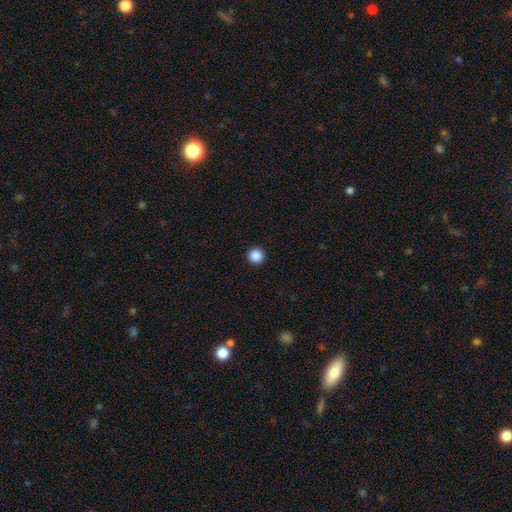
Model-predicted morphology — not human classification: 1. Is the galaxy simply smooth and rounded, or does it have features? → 87% smooth, 10% star or artifact, 3% featured or disk.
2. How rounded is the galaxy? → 96% round, 3% in between, 1% cigar-shaped.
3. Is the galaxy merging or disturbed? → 94% none, 4% minor disturbance, 1% major disturbance, 1% merger.